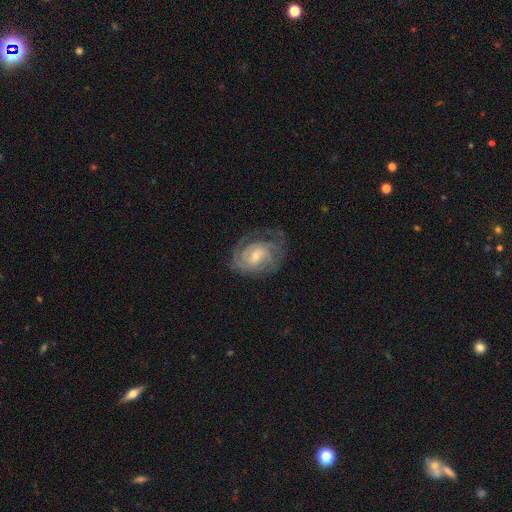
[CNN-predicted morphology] The model was most divided on "spiral arm count": can't tell: 31%, 2: 29%, 3: 21%, 4: 9%, 1: 6%, more than 4: 5%. Remaining: edge-on disk — no (97%); spiral arms — yes (95%); smooth or featured — featured or disk (84%); spiral winding — tight (68%); merging — none (65%); bulge size — small (58%); bar — no (47%).